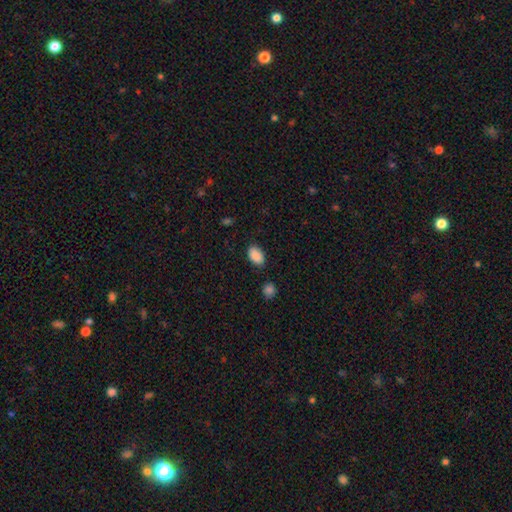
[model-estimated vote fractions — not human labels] Overall: smooth (89%). How rounded: in between (91%). Merging: none (82%).